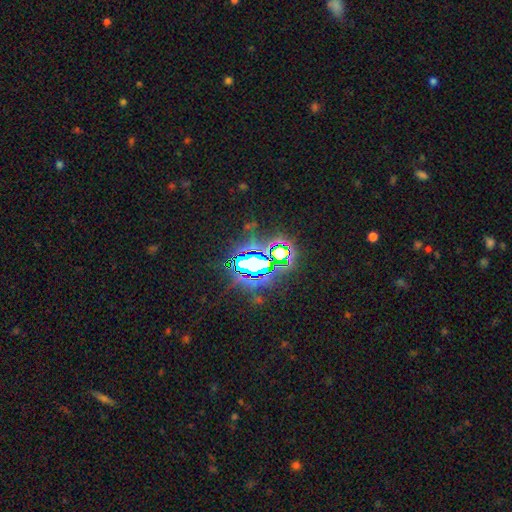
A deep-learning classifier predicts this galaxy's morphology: Smooth or featured?
  - star or artifact: 82% *
  - smooth: 11%
  - featured or disk: 7%